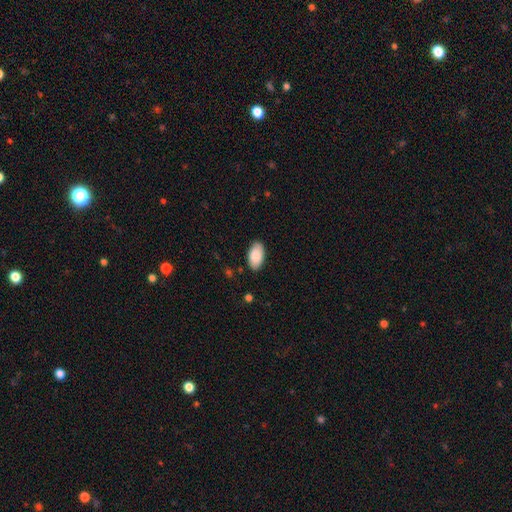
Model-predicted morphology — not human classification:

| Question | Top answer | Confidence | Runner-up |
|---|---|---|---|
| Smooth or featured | smooth | 87% | featured or disk (7%) |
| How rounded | in between | 95% | round (3%) |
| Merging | none | 85% | minor disturbance (12%) |